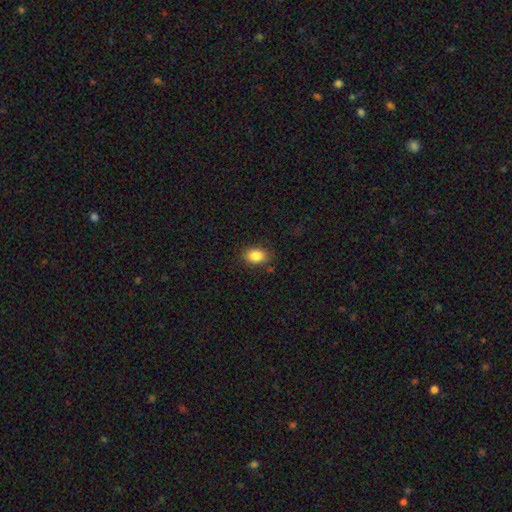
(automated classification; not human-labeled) The model was most divided on "how rounded": in between: 75%, round: 24%, cigar-shaped: 1%. More confident: smooth or featured — smooth (86%); merging — none (84%).